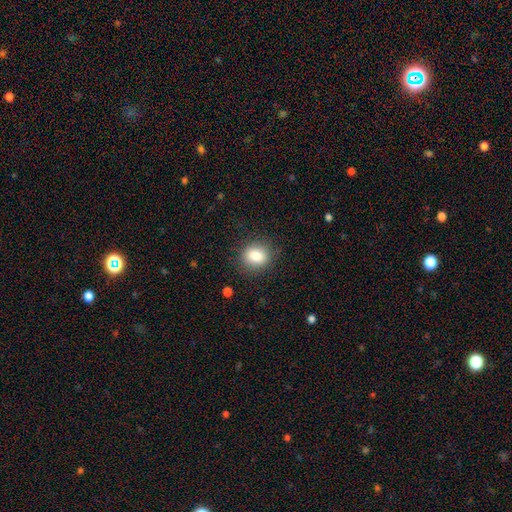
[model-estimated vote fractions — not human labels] Smooth or featured: smooth — 85% (star or artifact — 9%)
How rounded: round — 65% (in between — 34%)
Merging: none — 85% (minor disturbance — 10%)